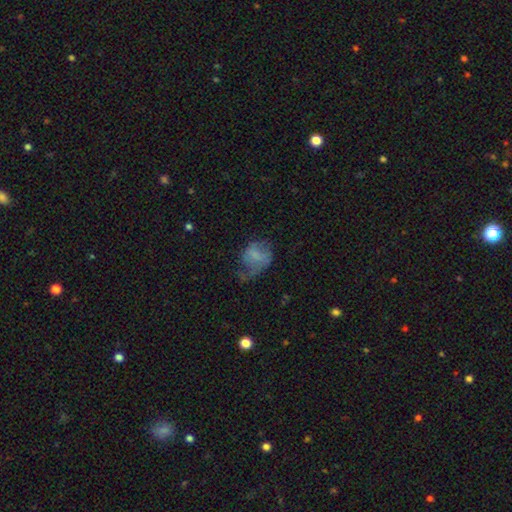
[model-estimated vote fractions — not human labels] Morphology: type=smooth (51%); roundness=in between (59%); merging=major disturbance (41%).